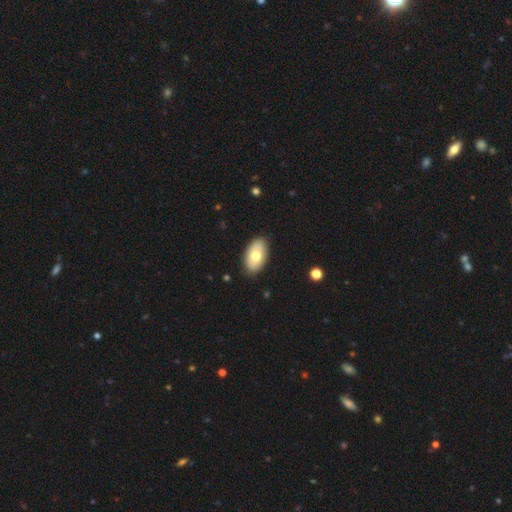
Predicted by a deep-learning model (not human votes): This appears to be a smooth galaxy with no disk features (68%) that is in between round and cigar-shaped (94%). Merging: none (87%).